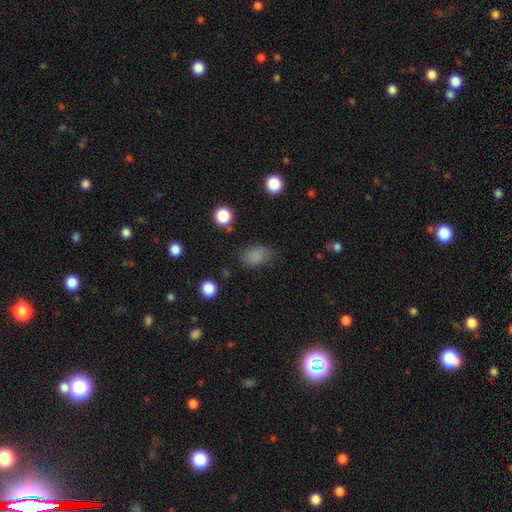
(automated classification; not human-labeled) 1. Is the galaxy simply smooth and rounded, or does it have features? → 82% smooth, 11% star or artifact, 6% featured or disk.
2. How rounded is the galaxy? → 85% in between, 14% round, 2% cigar-shaped.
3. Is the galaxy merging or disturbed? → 71% none, 20% minor disturbance, 7% major disturbance, 2% merger.